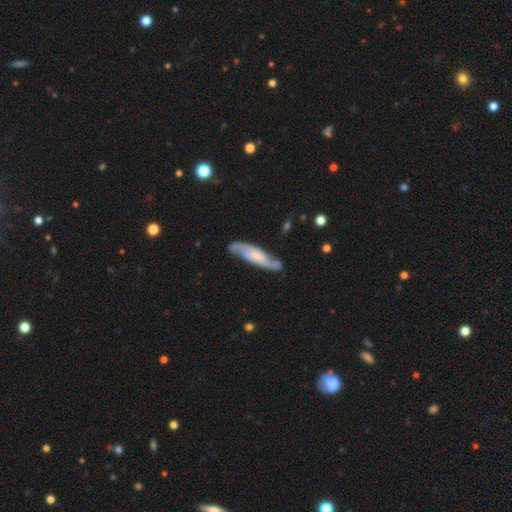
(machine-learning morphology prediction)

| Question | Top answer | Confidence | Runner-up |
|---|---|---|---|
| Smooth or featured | featured or disk | 73% | smooth (21%) |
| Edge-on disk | no | 77% | yes (23%) |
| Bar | no | 55% | weak (32%) |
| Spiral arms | yes | 95% | no (5%) |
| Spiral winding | medium | 43% | loose (36%) |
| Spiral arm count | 2 | 89% | can't tell (6%) |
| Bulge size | small | 36% | none (30%) |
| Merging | none | 78% | minor disturbance (16%) |